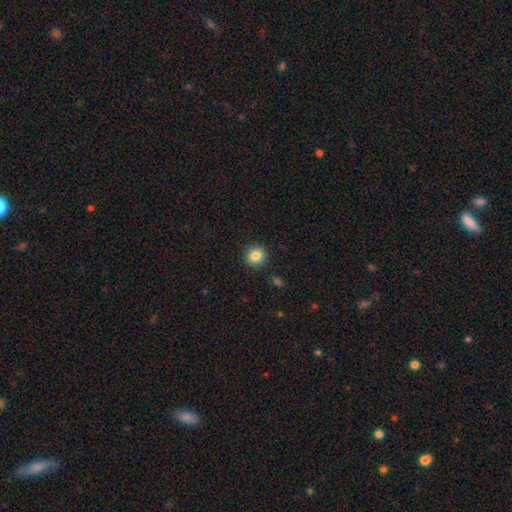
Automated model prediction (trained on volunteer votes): This appears to be a smooth galaxy with no disk features (85%) that is round (90%). Merging: none (91%).